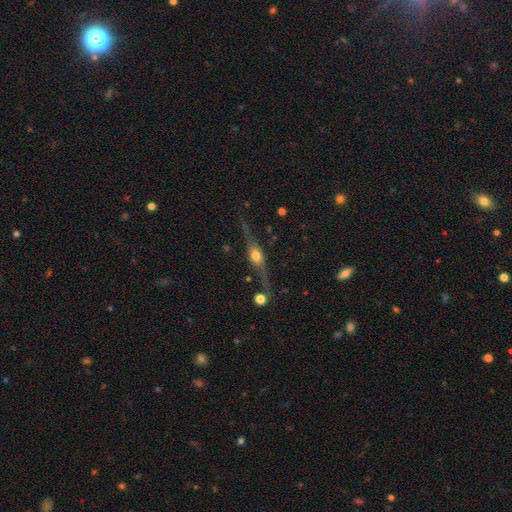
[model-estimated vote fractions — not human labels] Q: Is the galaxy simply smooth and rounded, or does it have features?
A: featured or disk — 77%.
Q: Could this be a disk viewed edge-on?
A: yes — 92%.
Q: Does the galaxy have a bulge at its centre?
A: rounded — 94%.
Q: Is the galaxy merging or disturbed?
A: none — 75%.